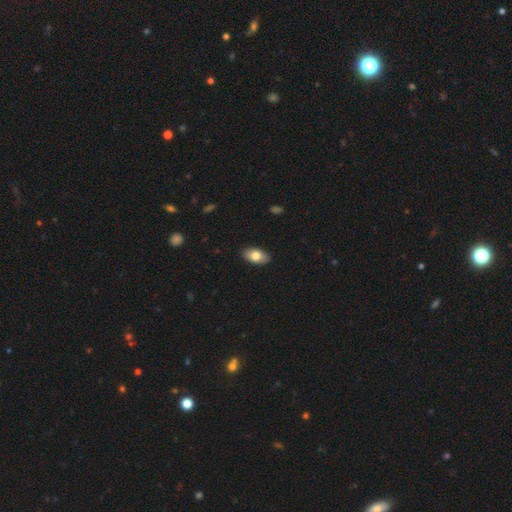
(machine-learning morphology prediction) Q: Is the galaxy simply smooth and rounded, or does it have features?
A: smooth — 79%.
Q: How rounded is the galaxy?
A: in between — 93%.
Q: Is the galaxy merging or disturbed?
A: none — 89%.